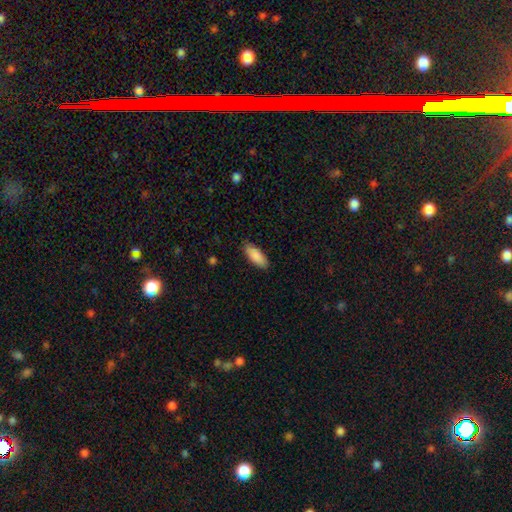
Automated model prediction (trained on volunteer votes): A smooth galaxy with no disk features (89%) that is in between round and cigar-shaped (79%).

Vote fractions:
- Smooth or featured? smooth: 89% / star or artifact: 6% / featured or disk: 6%
- How rounded? in between: 79% / cigar-shaped: 19% / round: 2%
- Merging? none: 86% / minor disturbance: 11% / major disturbance: 2% / merger: 1%